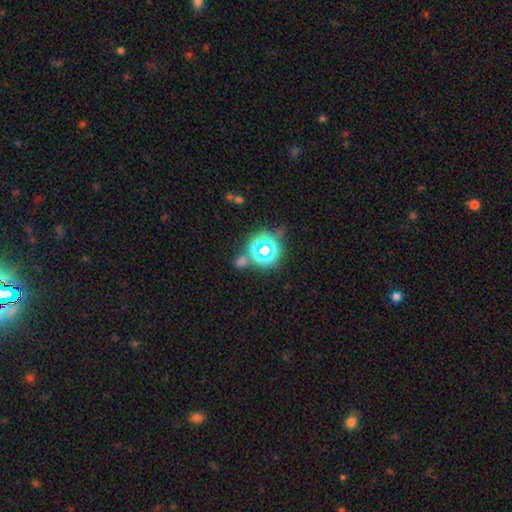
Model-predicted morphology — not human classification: Smooth or featured?
  - star or artifact: 61% *
  - smooth: 28%
  - featured or disk: 11%